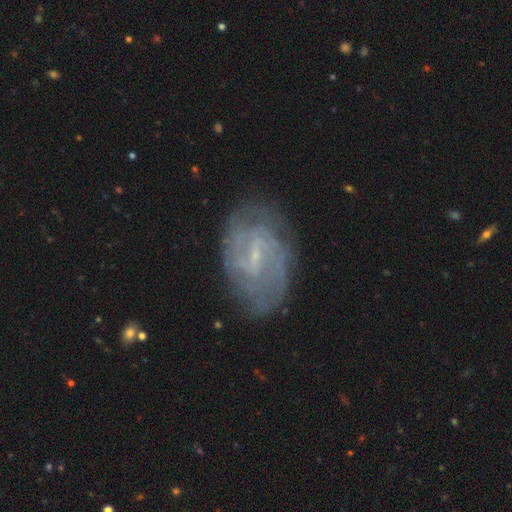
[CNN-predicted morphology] This is likely a featured or disk galaxy (80%). It is clearly not viewed edge-on (96%). Bar: possibly weak (58%). Spiral arm pattern: clearly yes (88%). Spiral arm count: marginally 2 (40%). Spiral winding: possibly tight (48%). Central bulge: likely small (75%). Merging: likely none (75%).